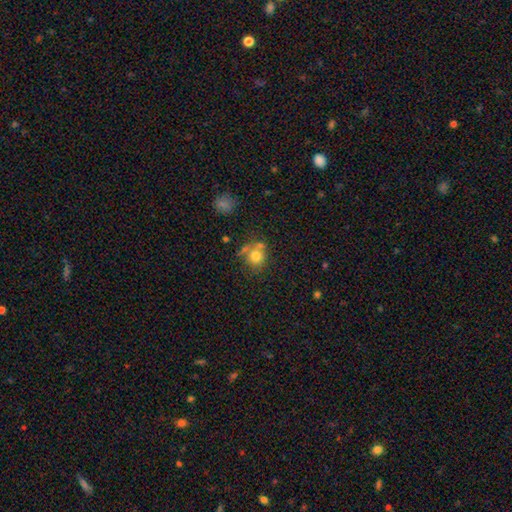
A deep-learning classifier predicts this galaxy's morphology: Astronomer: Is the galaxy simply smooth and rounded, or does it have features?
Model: smooth — 75%.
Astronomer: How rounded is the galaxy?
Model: round — 82%.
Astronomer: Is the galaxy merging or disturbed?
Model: none — 53%.